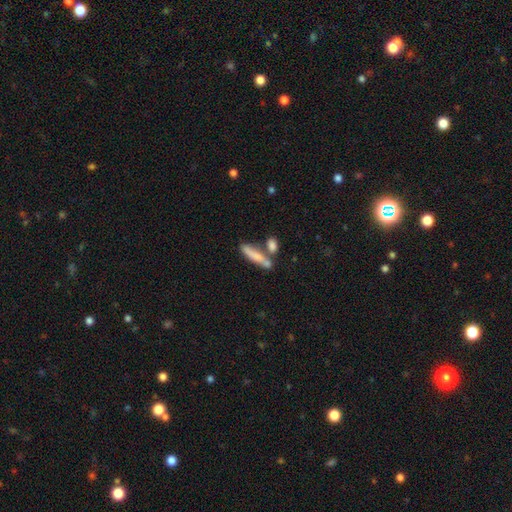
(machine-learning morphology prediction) Smooth or featured? Predicted: smooth (p=0.70). How rounded? Predicted: cigar-shaped (p=0.77). Merging? Predicted: none (p=0.49).